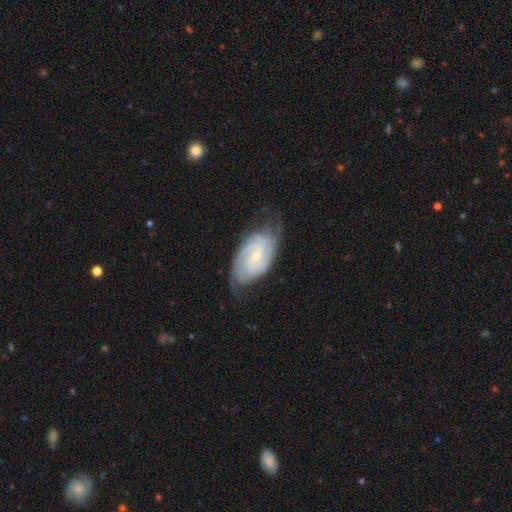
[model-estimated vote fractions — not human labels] smooth_or_featured: featured or disk (p=0.88) [alt: smooth p=0.07]
disk_edge_on: no (p=0.96) [alt: yes p=0.04]
bar: weak (p=0.45) [alt: no p=0.42]
has_spiral_arms: yes (p=0.98) [alt: no p=0.02]
spiral_winding: tight (p=0.68) [alt: medium p=0.27]
spiral_arm_count: 2 (p=0.55) [alt: can't tell p=0.16]
bulge_size: small (p=0.71) [alt: moderate p=0.25]
merging: none (p=0.73) [alt: minor disturbance p=0.20]